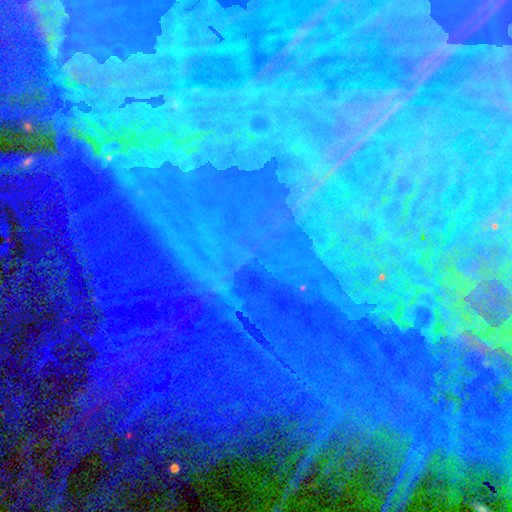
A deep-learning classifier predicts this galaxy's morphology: smooth-or-featured: star or artifact: 79% | featured or disk: 13% | smooth: 8%